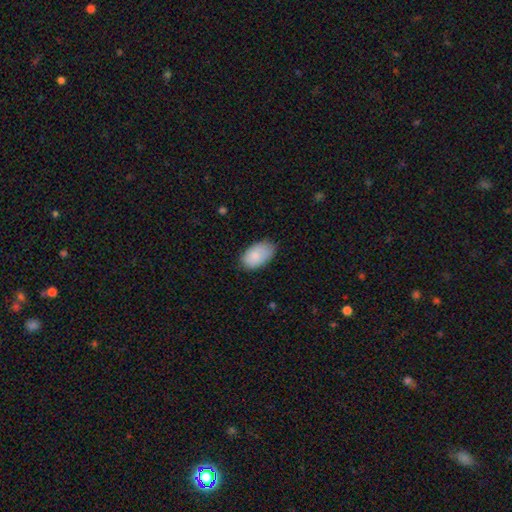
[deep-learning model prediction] smooth-or-featured: smooth: 84% | featured or disk: 10% | star or artifact: 6%
  how-rounded: in between: 94% | round: 5% | cigar-shaped: 1%
  merging: none: 71% | minor disturbance: 23% | major disturbance: 4% | merger: 1%